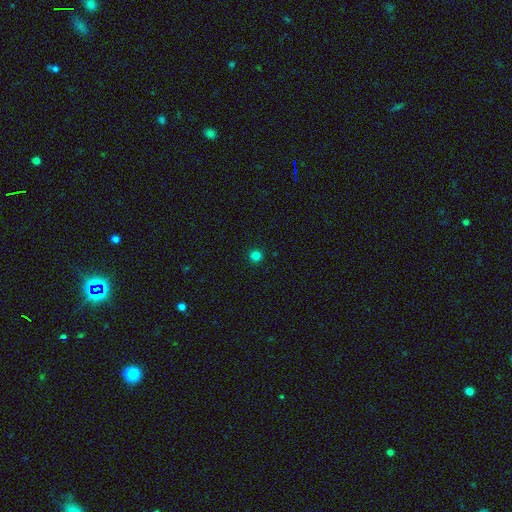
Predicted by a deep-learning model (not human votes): This appears to be a smooth galaxy with no disk features (82%) that is round (96%). Merging: none (94%).